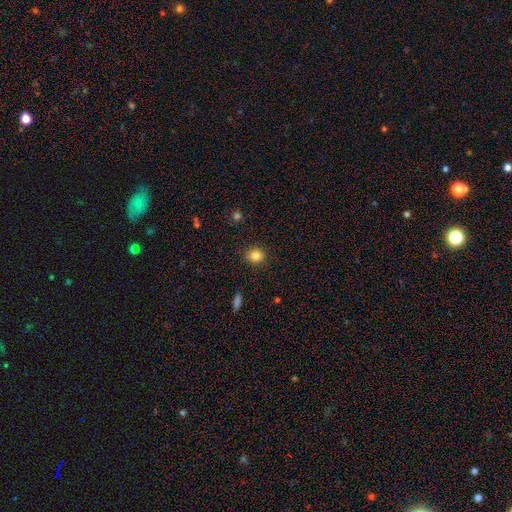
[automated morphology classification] This is clearly a smooth galaxy (84%). How rounded: likely round (79%). Merging: clearly none (88%).